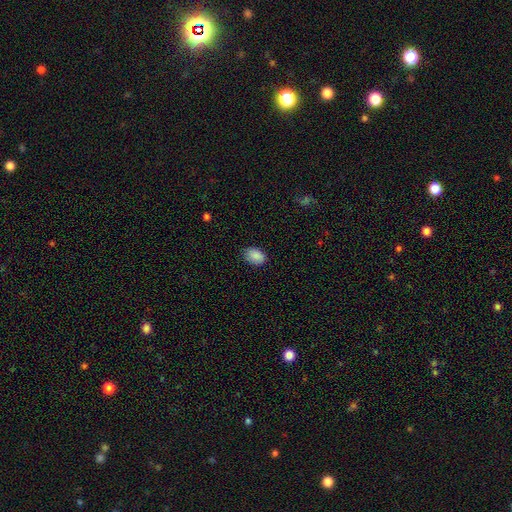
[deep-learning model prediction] A smooth galaxy with no disk features (88%) that is in between round and cigar-shaped (82%). Merging: none (82%).